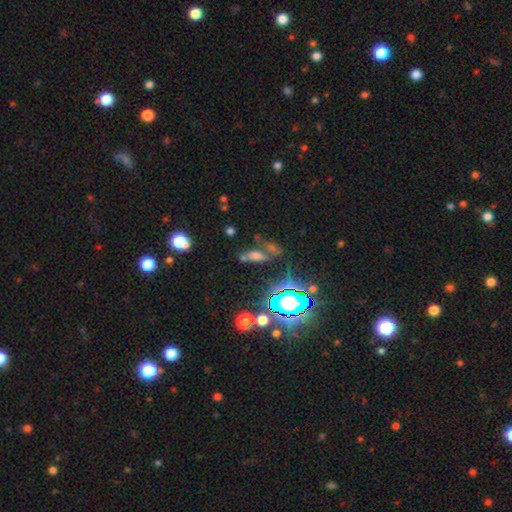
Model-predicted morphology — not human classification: Overall: smooth (47%; star or artifact 31%). Merging: none (50%; minor disturbance 19%).